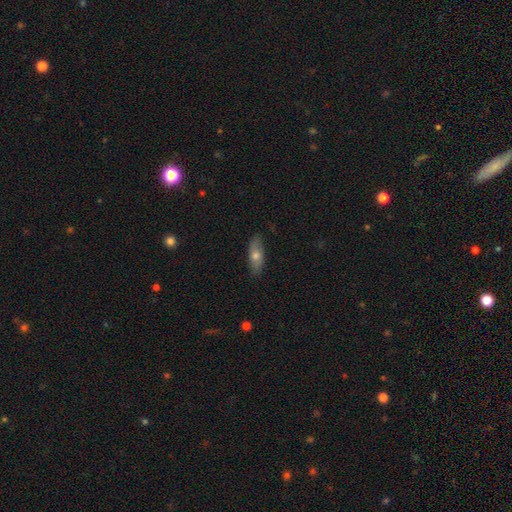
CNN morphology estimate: Smooth or featured: smooth — 62% (featured or disk — 31%)
How rounded: in between — 66% (cigar-shaped — 31%)
Merging: none — 85% (minor disturbance — 12%)